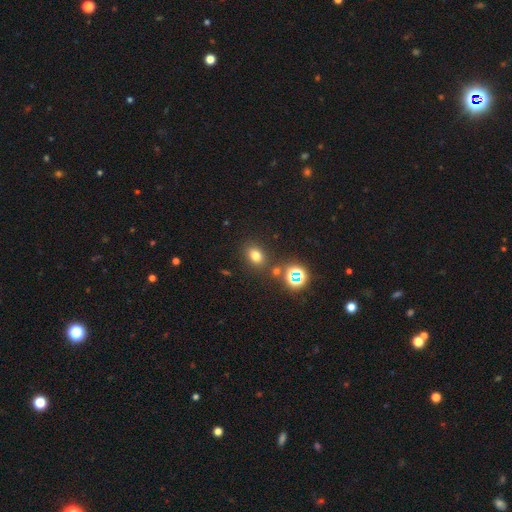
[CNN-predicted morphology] type=smooth (71%); roundness=in between (56%); merging=none (79%).